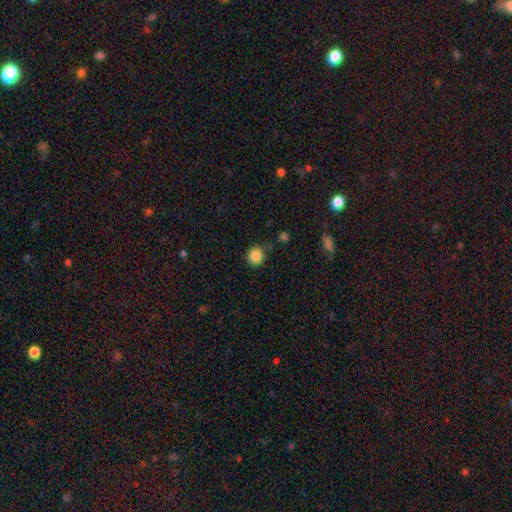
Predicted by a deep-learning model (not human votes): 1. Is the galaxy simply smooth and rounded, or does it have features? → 86% smooth, 10% star or artifact, 4% featured or disk.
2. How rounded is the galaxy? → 87% round, 12% in between, 1% cigar-shaped.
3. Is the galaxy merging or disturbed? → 80% none, 13% minor disturbance, 3% major disturbance, 3% merger.